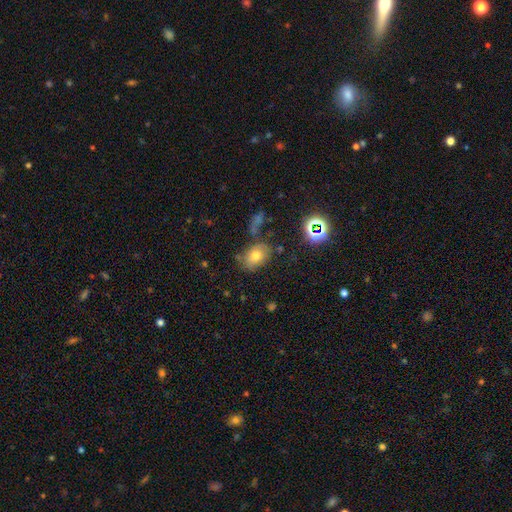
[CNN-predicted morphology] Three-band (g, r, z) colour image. It shows a smooth galaxy with no disk features (70%) that is in between round and cigar-shaped (74%). Merging: none (66%).